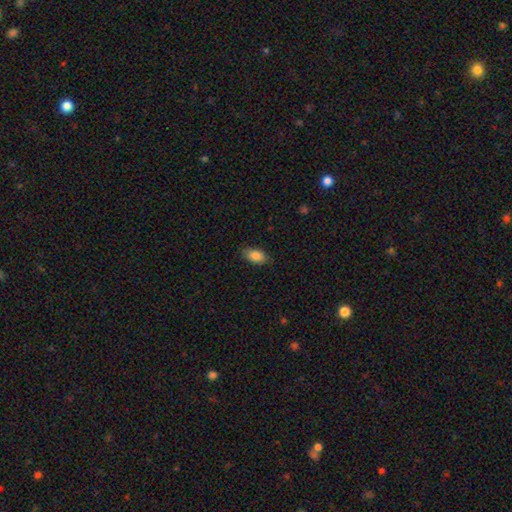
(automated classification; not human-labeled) Q: Smooth or featured?
A: smooth (86%); runner-up: star or artifact (7%)
Q: How rounded?
A: in between (91%); runner-up: round (5%)
Q: Merging?
A: none (82%); runner-up: minor disturbance (14%)